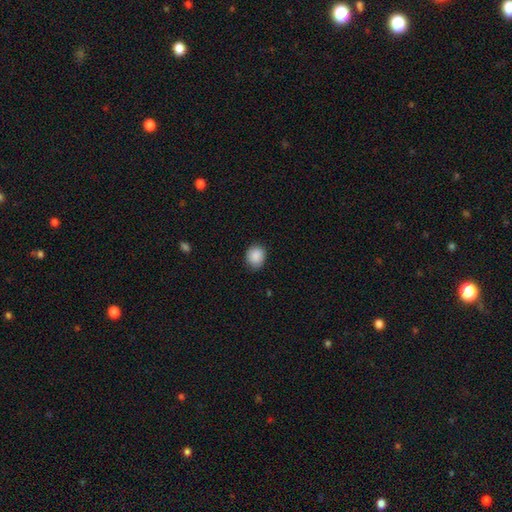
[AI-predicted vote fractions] Smooth or featured: smooth — 89% (star or artifact — 8%)
How rounded: round — 67% (in between — 32%)
Merging: none — 83% (minor disturbance — 14%)